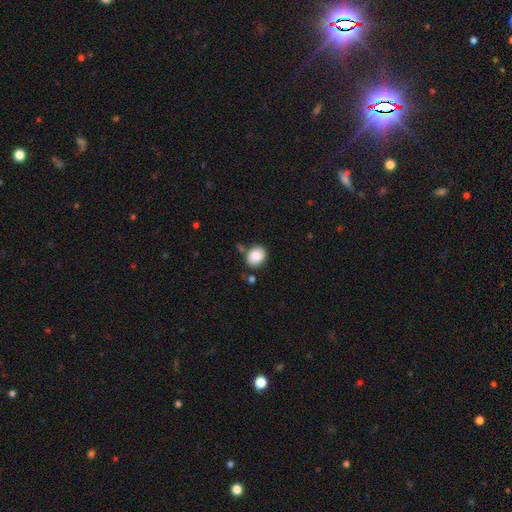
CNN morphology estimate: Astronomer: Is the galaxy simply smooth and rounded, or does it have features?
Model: smooth — 87%.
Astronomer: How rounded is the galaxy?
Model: in between — 51% (runner-up: round, 48%).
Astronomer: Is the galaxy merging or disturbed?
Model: none — 76%.